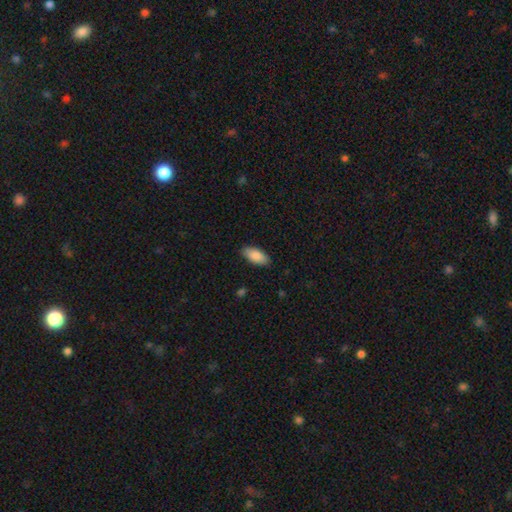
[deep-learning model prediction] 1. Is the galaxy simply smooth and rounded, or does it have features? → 88% smooth, 6% featured or disk, 6% star or artifact.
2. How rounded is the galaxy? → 91% in between, 7% cigar-shaped, 2% round.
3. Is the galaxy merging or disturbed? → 87% none, 10% minor disturbance, 2% major disturbance, 1% merger.